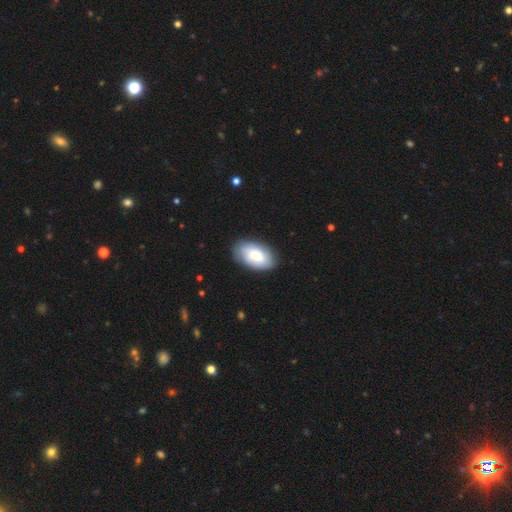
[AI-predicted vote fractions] smooth-or-featured: smooth: 72% | featured or disk: 22% | star or artifact: 6%
  how-rounded: in between: 94% | round: 4% | cigar-shaped: 2%
  merging: none: 80% | minor disturbance: 15% | major disturbance: 4% | merger: 1%